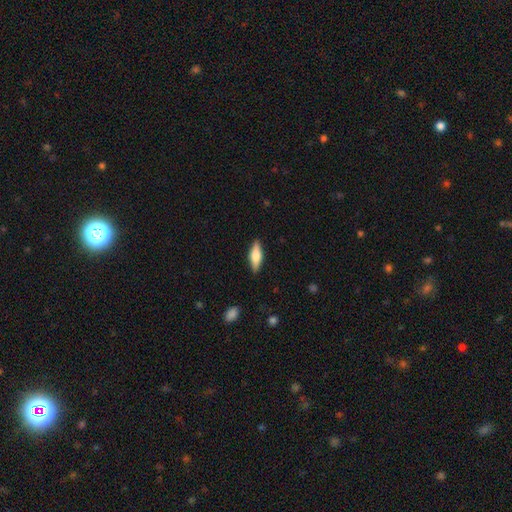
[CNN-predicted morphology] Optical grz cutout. It shows a smooth galaxy with no disk features (54%) that is in between round and cigar-shaped (57%). Merging: none (87%).